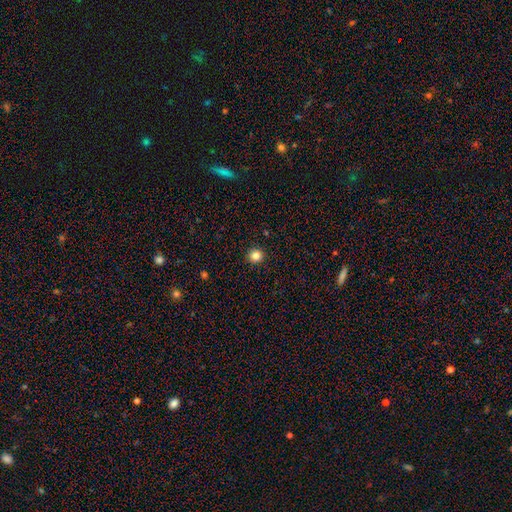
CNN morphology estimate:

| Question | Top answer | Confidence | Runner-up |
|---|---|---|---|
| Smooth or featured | smooth | 83% | star or artifact (12%) |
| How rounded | round | 93% | in between (6%) |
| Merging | none | 93% | minor disturbance (5%) |